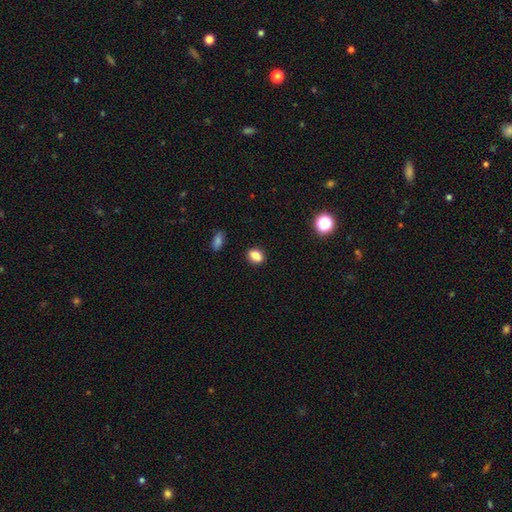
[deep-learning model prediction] Q: Smooth or featured?
A: smooth (85%); runner-up: star or artifact (10%)
Q: How rounded?
A: in between (64%); runner-up: round (35%)
Q: Merging?
A: none (87%); runner-up: minor disturbance (9%)